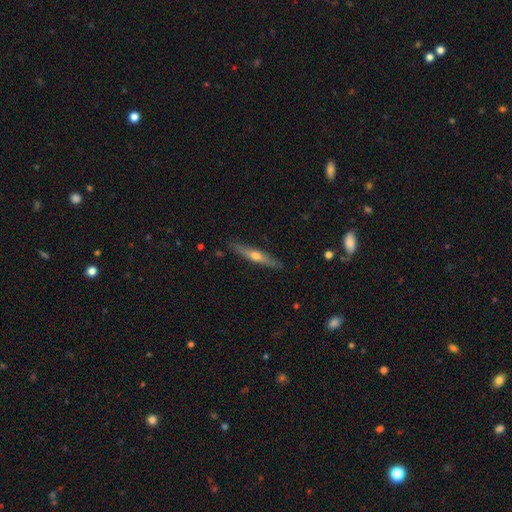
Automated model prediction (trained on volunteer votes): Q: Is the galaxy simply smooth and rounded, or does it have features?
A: featured or disk — 67%.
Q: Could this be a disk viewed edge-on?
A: yes — 95%.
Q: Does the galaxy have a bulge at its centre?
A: rounded — 89%.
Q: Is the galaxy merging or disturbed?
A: none — 88%.